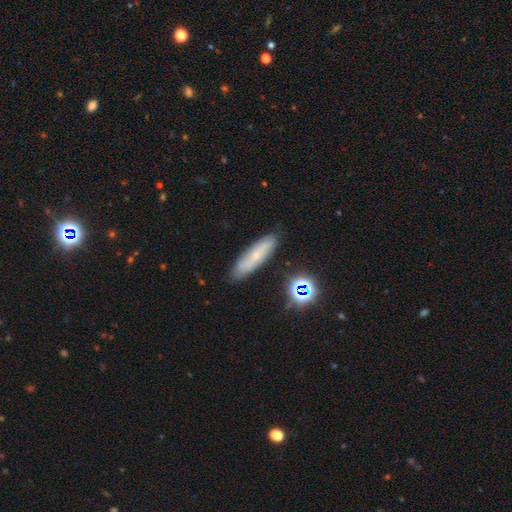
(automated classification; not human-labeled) This is possibly a smooth galaxy (54%). How rounded: likely cigar-shaped (70%). Merging: clearly none (83%).